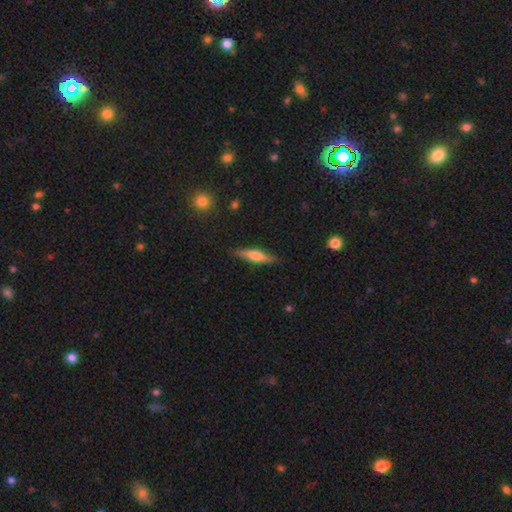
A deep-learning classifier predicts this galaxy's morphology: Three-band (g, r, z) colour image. It shows a smooth galaxy with no disk features (48%). Merging: none (85%).